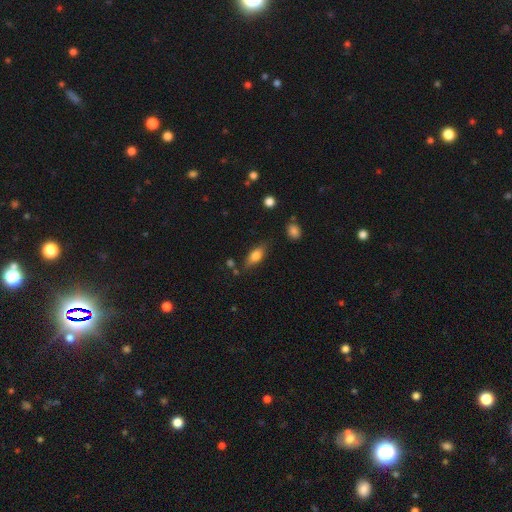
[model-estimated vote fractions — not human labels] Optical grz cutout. It shows a smooth galaxy with no disk features (71%) that is in between round and cigar-shaped (78%). Merging: none (73%).